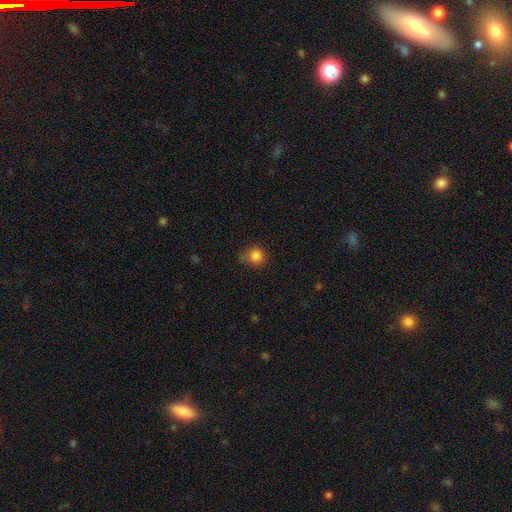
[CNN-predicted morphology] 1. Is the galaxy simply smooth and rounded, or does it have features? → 84% smooth, 12% star or artifact, 4% featured or disk.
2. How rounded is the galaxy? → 90% round, 9% in between, 1% cigar-shaped.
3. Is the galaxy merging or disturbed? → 68% none, 22% minor disturbance, 5% major disturbance, 4% merger.